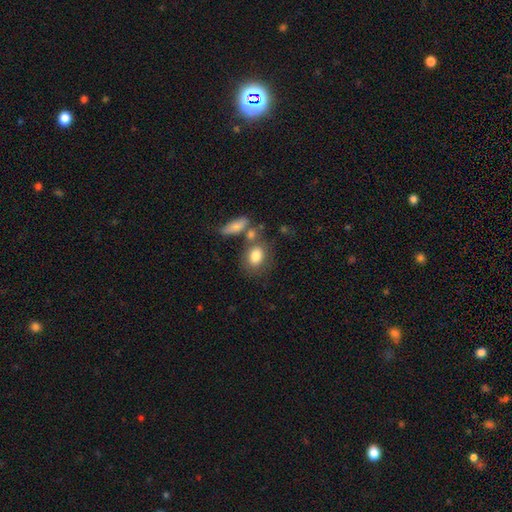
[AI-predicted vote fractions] smooth-or-featured: smooth: 81% | featured or disk: 12% | star or artifact: 8%
  how-rounded: in between: 65% | round: 33% | cigar-shaped: 2%
  merging: none: 58% | merger: 23% | minor disturbance: 13% | major disturbance: 6%